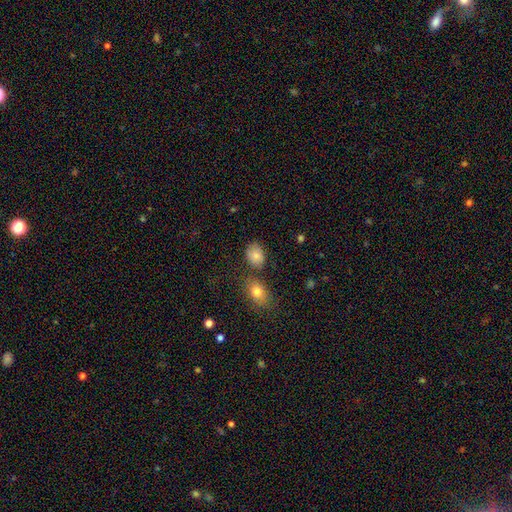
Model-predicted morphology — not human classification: Q: Smooth or featured?
A: smooth (84%); runner-up: star or artifact (9%)
Q: How rounded?
A: in between (70%); runner-up: round (29%)
Q: Merging?
A: none (71%); runner-up: minor disturbance (16%)